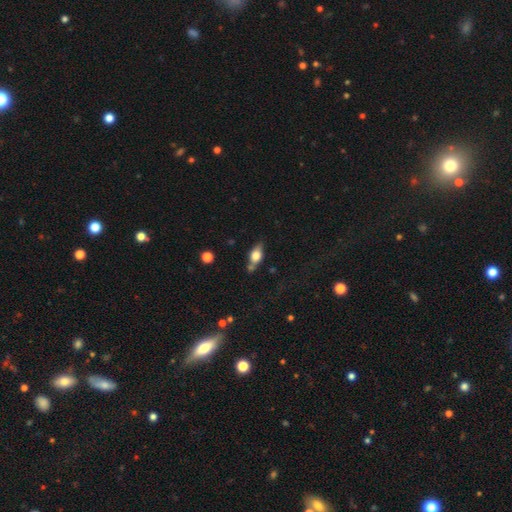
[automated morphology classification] smooth_or_featured: smooth (p=0.69) [alt: featured or disk p=0.23]
how_rounded: in between (p=0.80) [alt: round p=0.11]
merging: none (p=0.59) [alt: minor disturbance p=0.22]